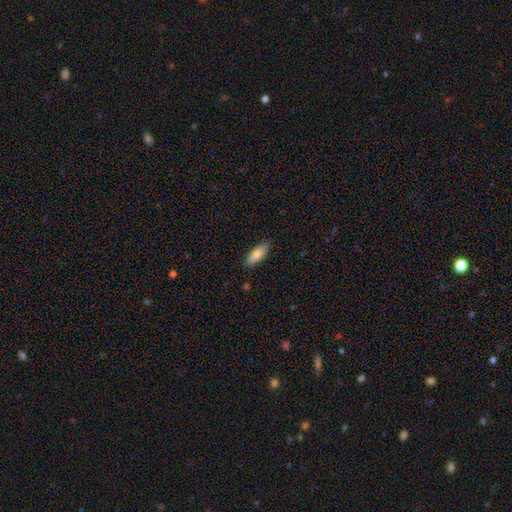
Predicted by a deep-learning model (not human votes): smooth-or-featured: smooth: 80% | featured or disk: 14% | star or artifact: 6%
  how-rounded: in between: 69% | cigar-shaped: 29% | round: 2%
  merging: none: 85% | minor disturbance: 12% | major disturbance: 2% | merger: 1%